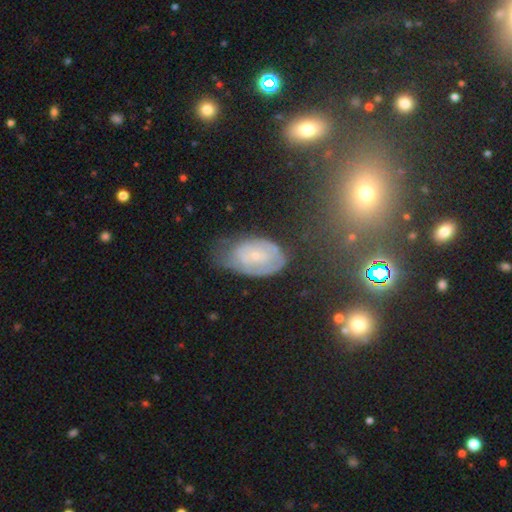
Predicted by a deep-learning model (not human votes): Smooth or featured? Predicted: featured or disk (p=0.59). Edge-on disk? Predicted: no (p=0.95). Bar? Predicted: no (p=0.75). Spiral arms? Predicted: yes (p=0.66). Bulge size? Predicted: small (p=0.78). Merging? Predicted: none (p=0.45).